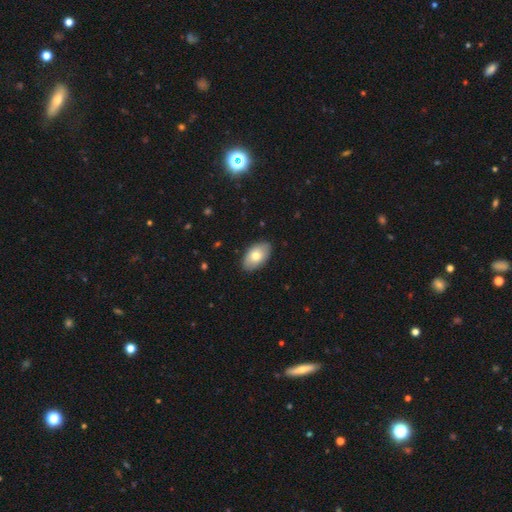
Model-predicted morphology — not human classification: Smooth or featured? Predicted: smooth (p=0.71). How rounded? Predicted: in between (p=0.94). Merging? Predicted: none (p=0.85).